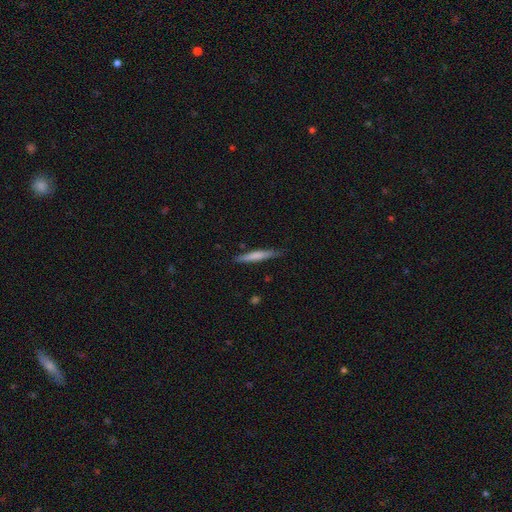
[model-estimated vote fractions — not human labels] Q: Smooth or featured?
A: smooth (65%); runner-up: featured or disk (30%)
Q: How rounded?
A: cigar-shaped (94%); runner-up: in between (4%)
Q: Merging?
A: none (81%); runner-up: minor disturbance (15%)